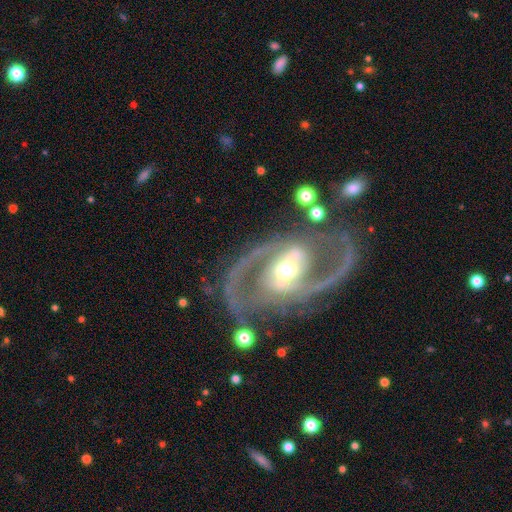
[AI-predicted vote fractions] Smooth or featured? Predicted: featured or disk (p=0.92). Edge-on disk? Predicted: no (p=0.97). Bar? Predicted: strong (p=0.34). Spiral arms? Predicted: yes (p=0.98). Spiral winding? Predicted: medium (p=0.61). Spiral arm count? Predicted: 2 (p=0.93). Bulge size? Predicted: moderate (p=0.56). Merging? Predicted: none (p=0.77).